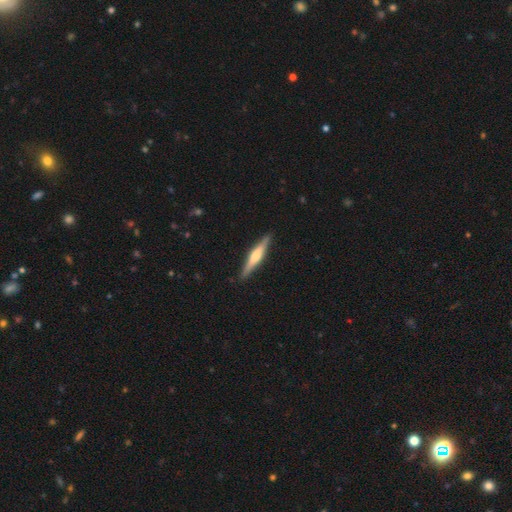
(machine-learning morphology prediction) Overall: featured or disk (63%; smooth 32%). Edge-on disk: yes (97%). Edge-on bulge: rounded (73%). Merging: none (90%).